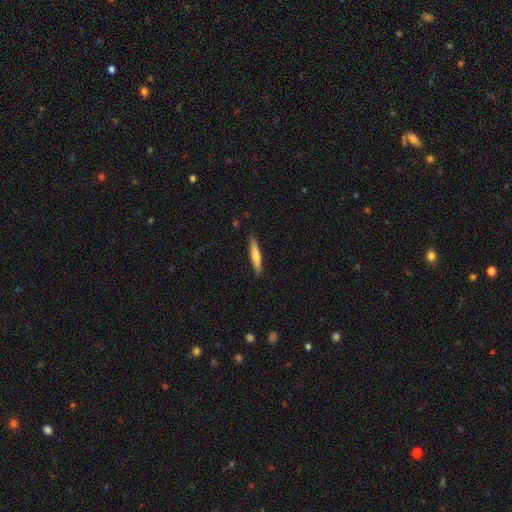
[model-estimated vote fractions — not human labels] A smooth galaxy with no disk features (65%) that is cigar-shaped (90%). Merging: none (88%).